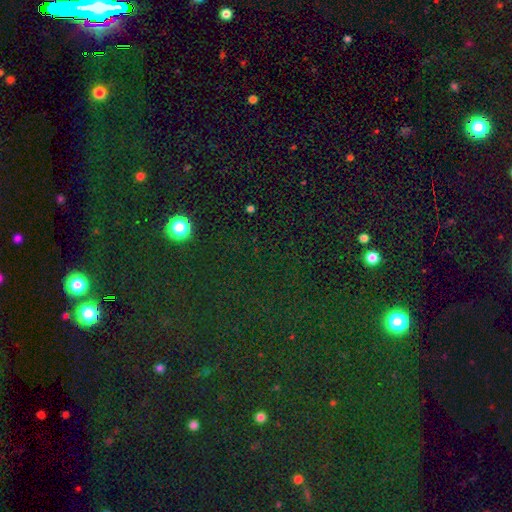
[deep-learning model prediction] Smooth or featured? star or artifact (76%)